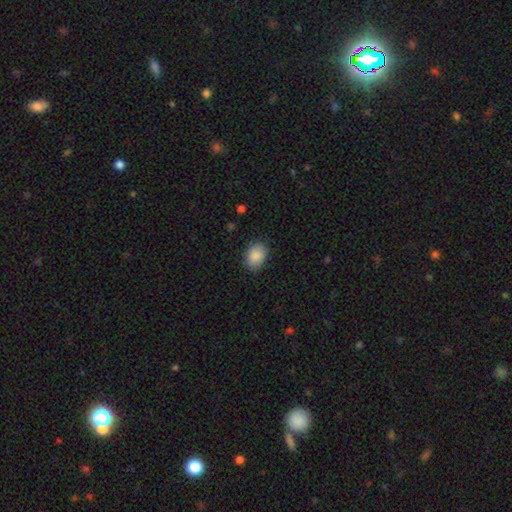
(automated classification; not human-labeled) A smooth galaxy with no disk features (88%) that is in between round and cigar-shaped (74%).

Vote fractions:
- Smooth or featured? smooth: 88% / star or artifact: 7% / featured or disk: 4%
- How rounded? in between: 74% / round: 25% / cigar-shaped: 1%
- Merging? none: 83% / minor disturbance: 13% / major disturbance: 3% / merger: 1%